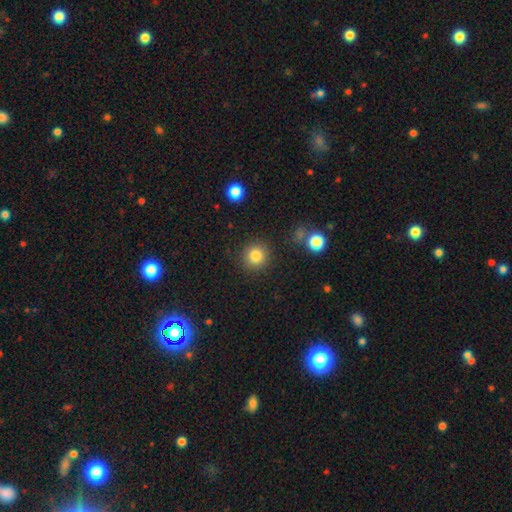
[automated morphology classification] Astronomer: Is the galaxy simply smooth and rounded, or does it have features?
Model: smooth — 84%.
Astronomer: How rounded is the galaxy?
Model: round — 93%.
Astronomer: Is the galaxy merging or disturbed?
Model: none — 87%.